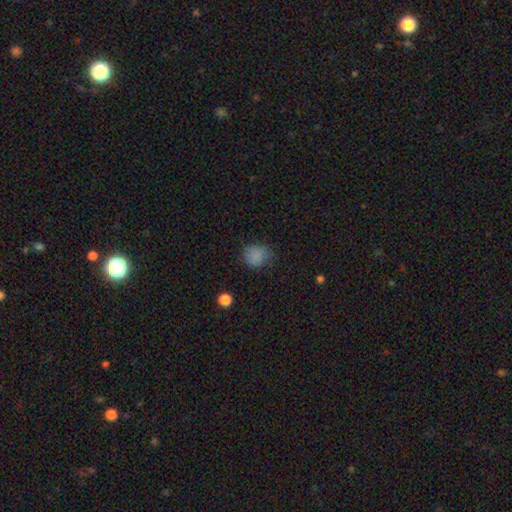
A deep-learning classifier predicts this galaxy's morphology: The model was most divided on "merging": none: 68%, minor disturbance: 24%, major disturbance: 7%, merger: 1%. More confident: smooth or featured — smooth (82%); how rounded — round (79%).